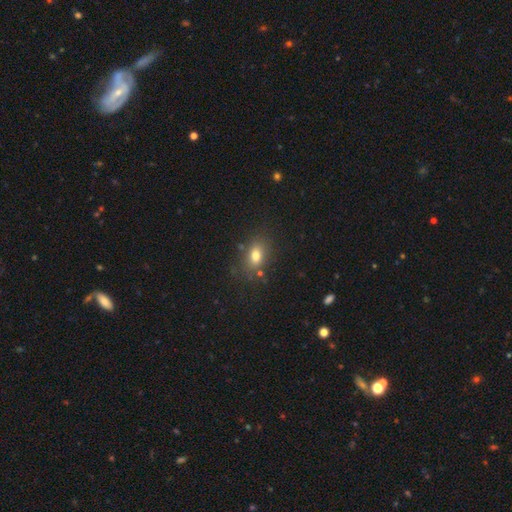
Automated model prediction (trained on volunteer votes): smooth-or-featured: smooth: 75% | star or artifact: 13% | featured or disk: 11%
  how-rounded: in between: 72% | round: 26% | cigar-shaped: 2%
  merging: none: 78% | minor disturbance: 13% | merger: 4% | major disturbance: 4%